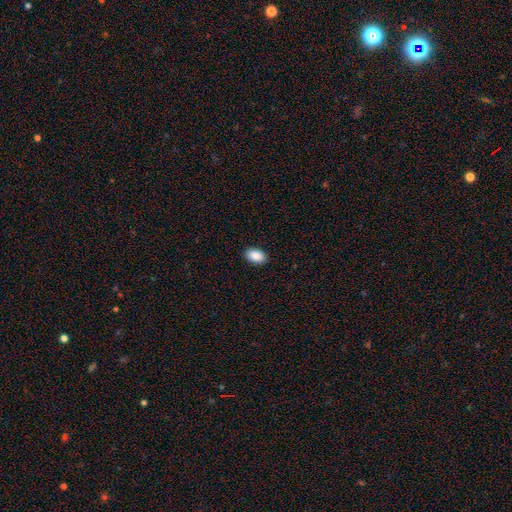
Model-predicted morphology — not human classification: The model was most divided on "smooth or featured": smooth: 90%, star or artifact: 7%, featured or disk: 3%. More confident: how rounded — in between (91%); merging — none (90%).